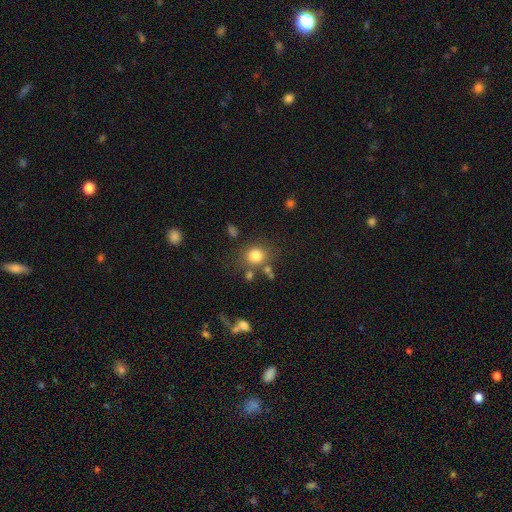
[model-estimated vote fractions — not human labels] Smooth or featured? smooth (80%)
How rounded? round (80%)
Merging? none (72%)